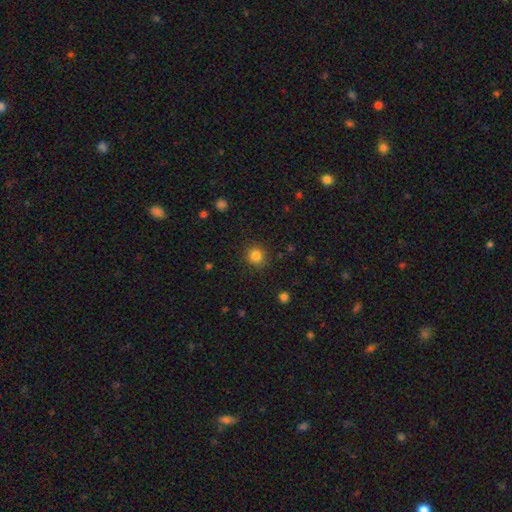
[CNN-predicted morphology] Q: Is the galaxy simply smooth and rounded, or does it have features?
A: smooth — 84%.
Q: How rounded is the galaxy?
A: round — 90%.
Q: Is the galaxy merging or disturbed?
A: none — 86%.